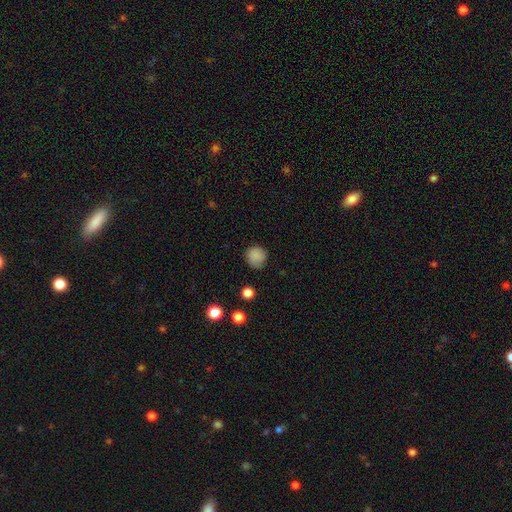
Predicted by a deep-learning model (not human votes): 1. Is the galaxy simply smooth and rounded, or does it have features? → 83% smooth, 11% star or artifact, 7% featured or disk.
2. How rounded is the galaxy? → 89% round, 10% in between, 1% cigar-shaped.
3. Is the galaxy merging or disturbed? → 73% none, 21% minor disturbance, 5% major disturbance, 1% merger.